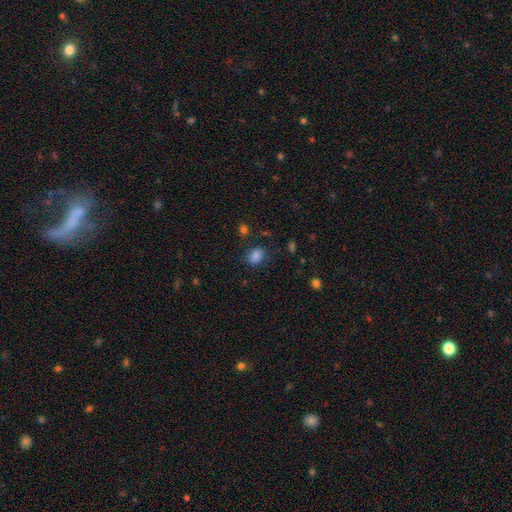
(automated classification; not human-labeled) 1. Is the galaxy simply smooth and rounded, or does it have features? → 84% smooth, 11% star or artifact, 4% featured or disk.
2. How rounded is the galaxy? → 66% in between, 32% round, 1% cigar-shaped.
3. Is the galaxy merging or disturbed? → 75% none, 17% minor disturbance, 6% major disturbance, 3% merger.